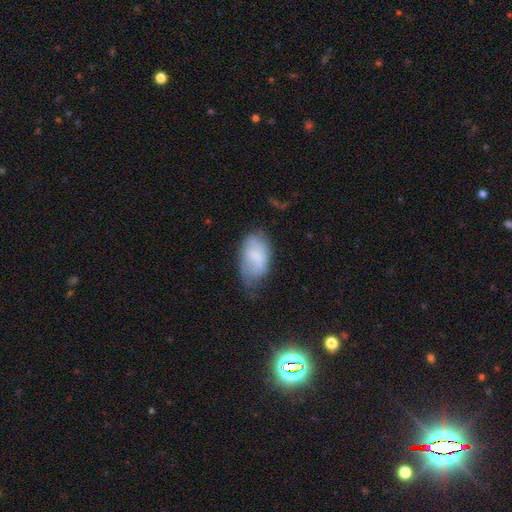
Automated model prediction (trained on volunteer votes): Smooth or featured?
  - smooth: 65% *
  - featured or disk: 25%
  - star or artifact: 10%
How rounded?
  - in between: 92% *
  - round: 6%
  - cigar-shaped: 2%
Merging?
  - none: 43% *
  - minor disturbance: 39%
  - major disturbance: 15%
  - merger: 2%